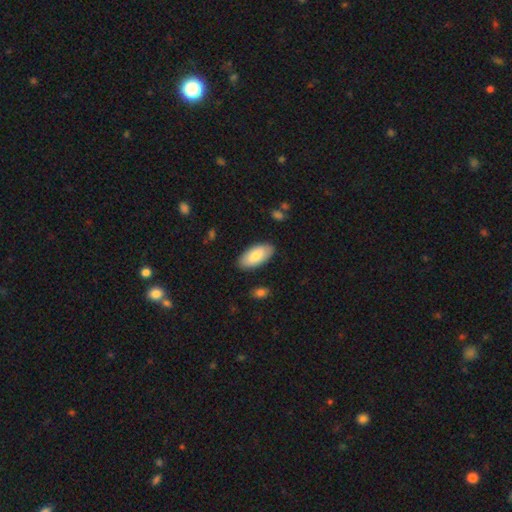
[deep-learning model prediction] A smooth galaxy with no disk features (80%) that is in between round and cigar-shaped (93%). Merging: none (86%).